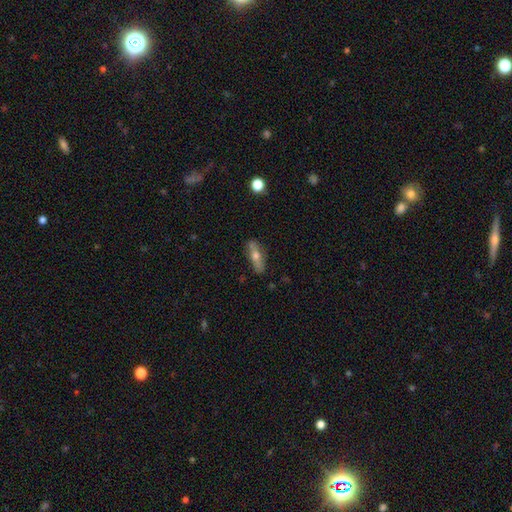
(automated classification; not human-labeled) This appears to be a smooth galaxy with no disk features (50%). Merging: none (82%).